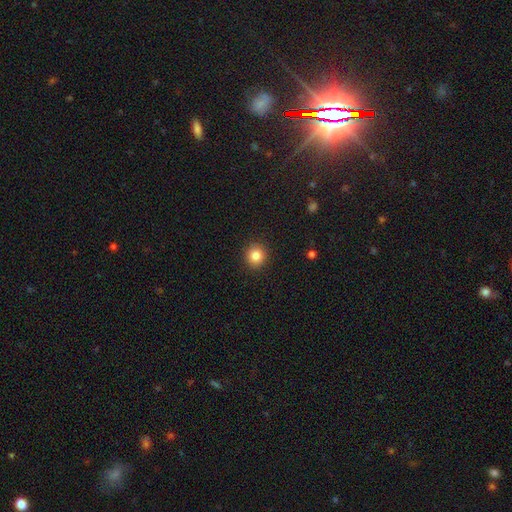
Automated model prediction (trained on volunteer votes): The model was most divided on "smooth or featured": smooth: 84%, star or artifact: 11%, featured or disk: 5%. More confident: how rounded — round (91%); merging — none (91%).